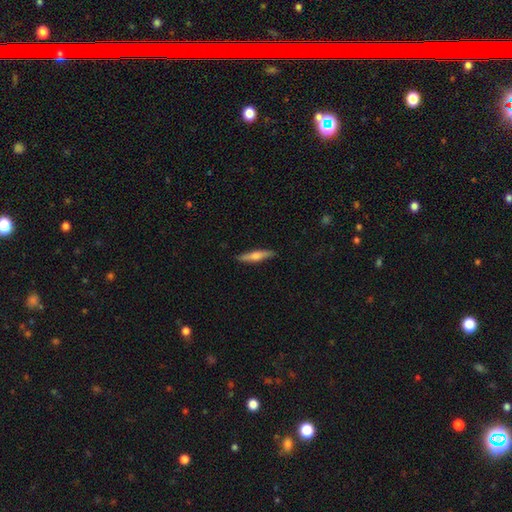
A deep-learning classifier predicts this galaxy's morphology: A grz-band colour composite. It shows a smooth galaxy with no disk features (50%). Merging: none (89%).